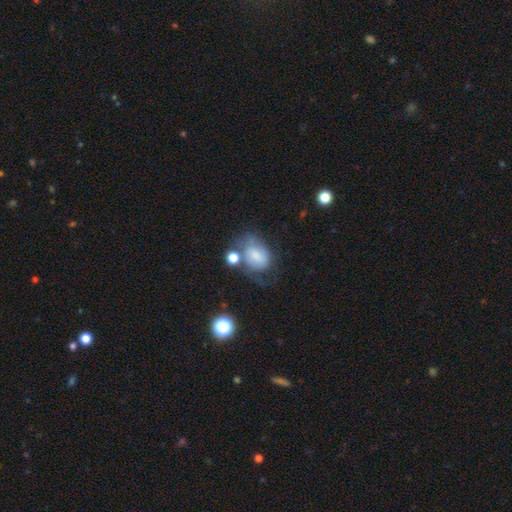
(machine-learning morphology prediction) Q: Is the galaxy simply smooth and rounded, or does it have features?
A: smooth — 59%.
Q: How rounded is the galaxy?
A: in between — 66%.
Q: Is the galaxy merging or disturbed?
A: none — 31%.